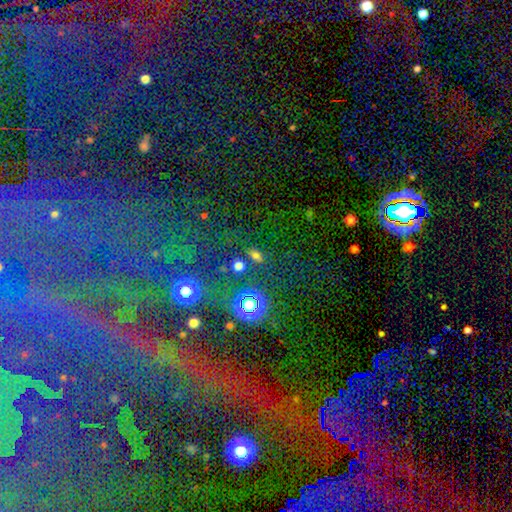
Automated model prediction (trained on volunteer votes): The model was most divided on "smooth or featured": smooth: 62%, star or artifact: 31%, featured or disk: 7%. More confident: merging — none (78%); how rounded — in between (66%).